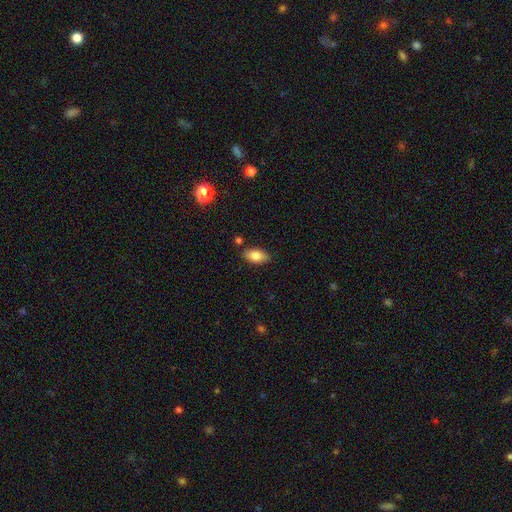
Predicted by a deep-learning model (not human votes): smooth-or-featured: smooth: 82% | featured or disk: 11% | star or artifact: 8%
  how-rounded: in between: 91% | cigar-shaped: 5% | round: 4%
  merging: none: 83% | minor disturbance: 12% | merger: 3% | major disturbance: 2%